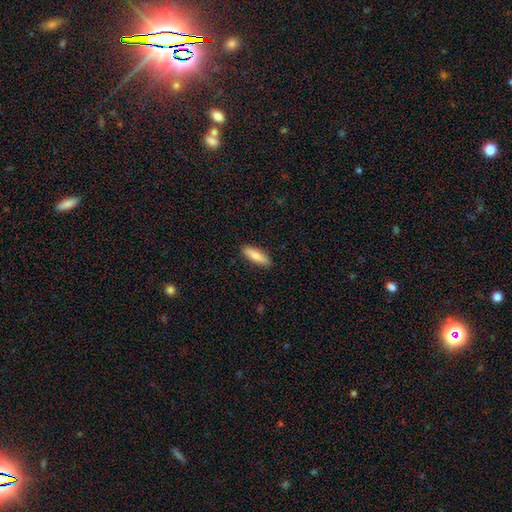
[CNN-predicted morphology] Smooth or featured?
  - smooth: 79% *
  - featured or disk: 15%
  - star or artifact: 6%
How rounded?
  - cigar-shaped: 62% *
  - in between: 36%
  - round: 2%
Merging?
  - none: 90% *
  - minor disturbance: 8%
  - major disturbance: 2%
  - merger: 1%